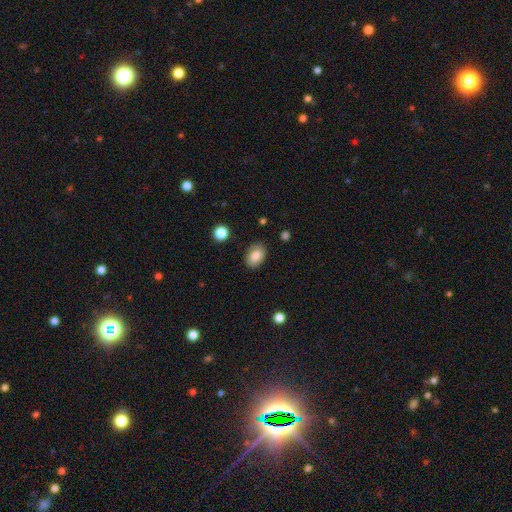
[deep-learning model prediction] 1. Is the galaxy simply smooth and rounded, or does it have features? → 83% smooth, 9% featured or disk, 8% star or artifact.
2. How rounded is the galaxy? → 85% in between, 14% round, 1% cigar-shaped.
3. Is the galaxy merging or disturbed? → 85% none, 11% minor disturbance, 3% major disturbance, 1% merger.